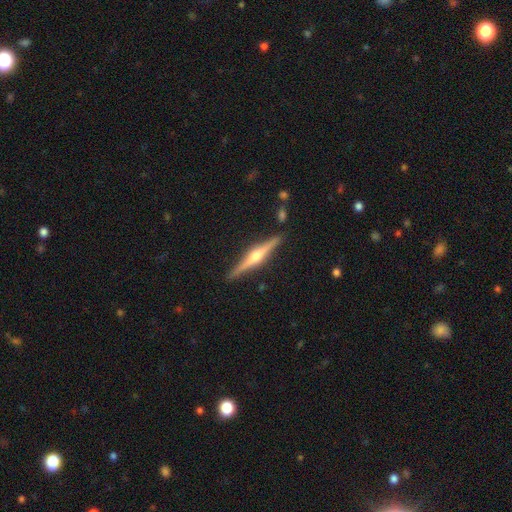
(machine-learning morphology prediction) A featured or disk galaxy (81%) viewed edge-on (98%) with a rounded central bulge (93%).

Vote fractions:
- Smooth or featured? featured or disk: 81% / smooth: 14% / star or artifact: 5%
- Edge-on disk? yes: 98% / no: 2%
- Edge-on bulge? rounded: 93% / boxy: 4% / none: 3%
- Merging? none: 90% / minor disturbance: 7% / merger: 2% / major disturbance: 1%